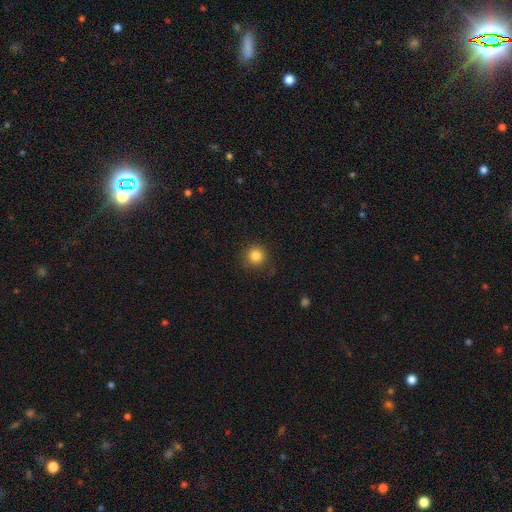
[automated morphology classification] smooth 84%, star or artifact 11%, featured or disk 5%. Down the decision tree: how rounded — round (94%); merging — none (88%).